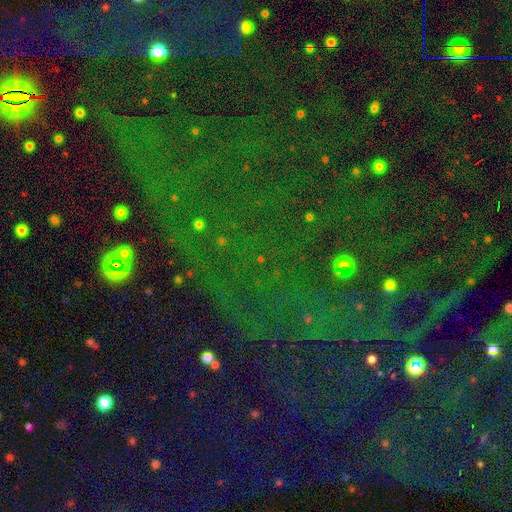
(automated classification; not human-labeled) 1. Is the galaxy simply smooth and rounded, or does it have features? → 80% star or artifact, 12% smooth, 8% featured or disk.